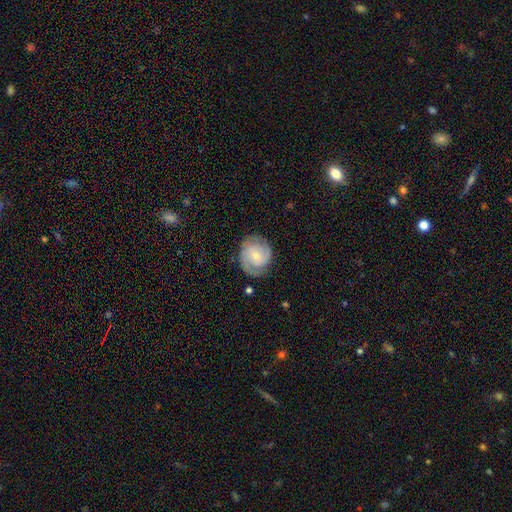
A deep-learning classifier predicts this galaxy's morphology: Q: Smooth or featured?
A: featured or disk (76%); runner-up: smooth (18%)
Q: Edge-on disk?
A: no (98%); runner-up: yes (2%)
Q: Bar?
A: no (50%); runner-up: weak (42%)
Q: Spiral arms?
A: yes (94%); runner-up: no (6%)
Q: Spiral winding?
A: tight (51%); runner-up: medium (39%)
Q: Spiral arm count?
A: 2 (71%); runner-up: can't tell (13%)
Q: Bulge size?
A: small (62%); runner-up: moderate (33%)
Q: Merging?
A: none (76%); runner-up: minor disturbance (17%)